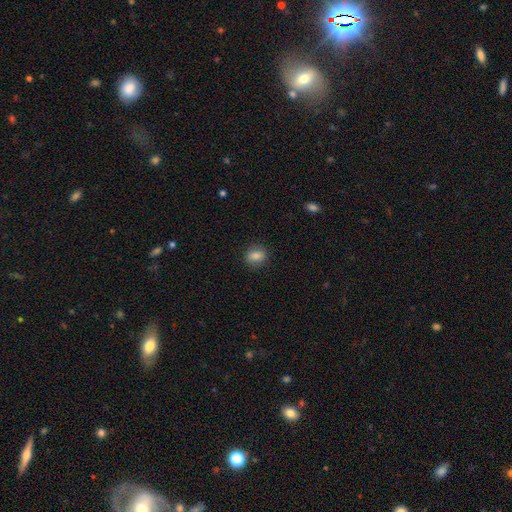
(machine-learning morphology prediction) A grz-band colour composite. It shows a smooth galaxy with no disk features (84%) that is round (51%). Merging: none (86%).